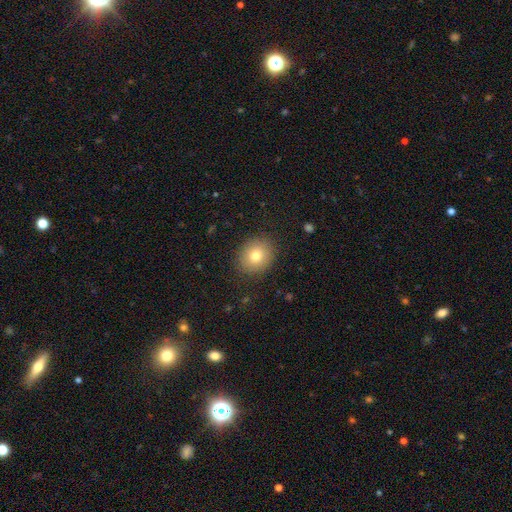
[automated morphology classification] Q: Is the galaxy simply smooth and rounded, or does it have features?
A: smooth — 77%.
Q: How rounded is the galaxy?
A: round — 79%.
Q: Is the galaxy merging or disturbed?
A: none — 88%.